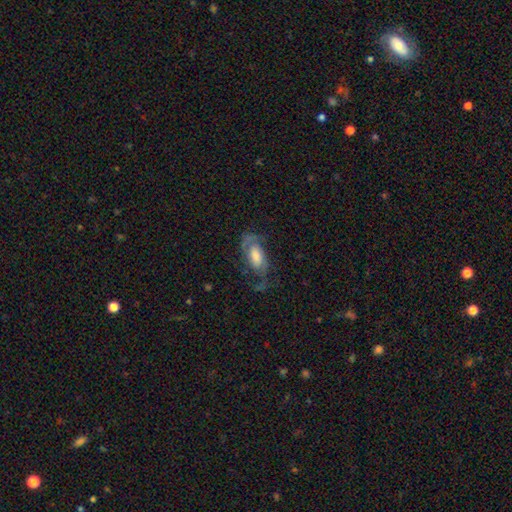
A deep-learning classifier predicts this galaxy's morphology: Smooth or featured? featured or disk (76%)
Edge-on disk? no (94%)
Bar? no (55%)
Spiral arms? yes (92%)
Spiral winding? medium (47%)
Spiral arm count? 2 (81%)
Bulge size? large (38%)
Merging? none (61%)